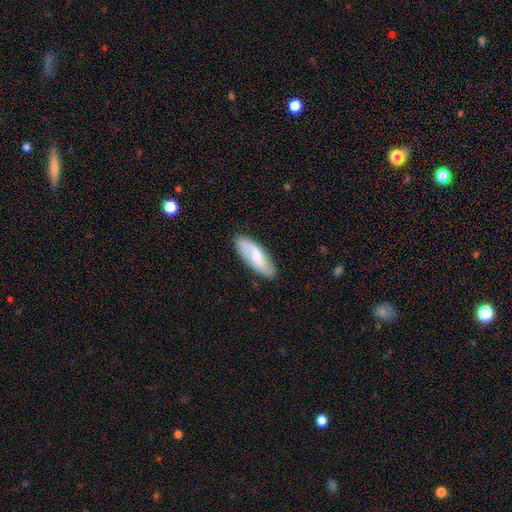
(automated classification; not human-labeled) A smooth galaxy with no disk features (50%). Merging: none (83%).